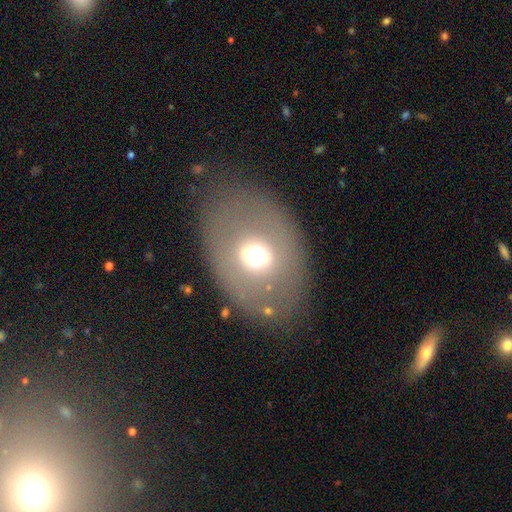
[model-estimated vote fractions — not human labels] This is possibly a smooth galaxy (52%). How rounded: possibly in between (58%). Merging: likely none (76%).